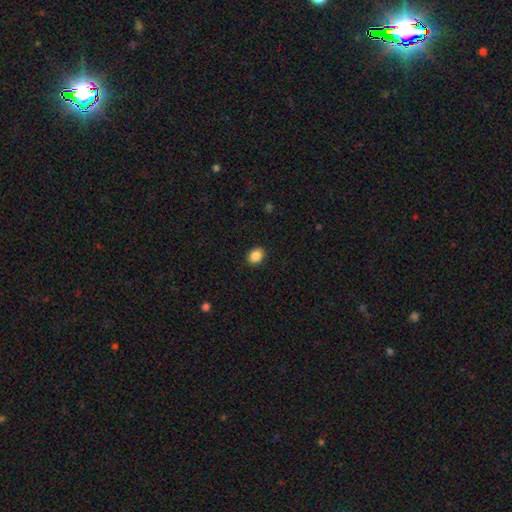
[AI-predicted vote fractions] smooth 88%, star or artifact 9%, featured or disk 3%. Down the decision tree: how rounded — in between (51%); merging — none (91%).